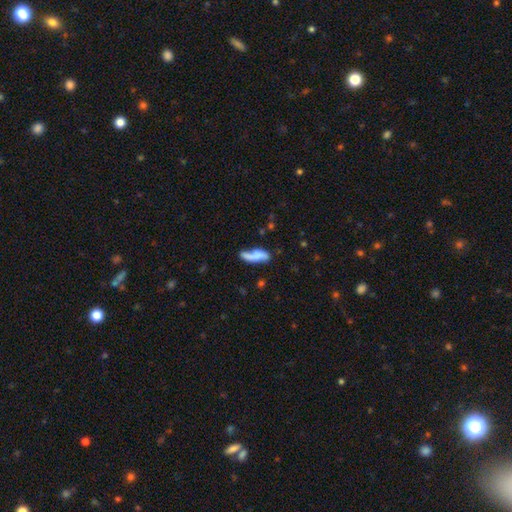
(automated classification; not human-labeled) Overall: smooth (57%; featured or disk 35%). How rounded: in between (57%; cigar-shaped 40%). Merging: none (48%; minor disturbance 26%).